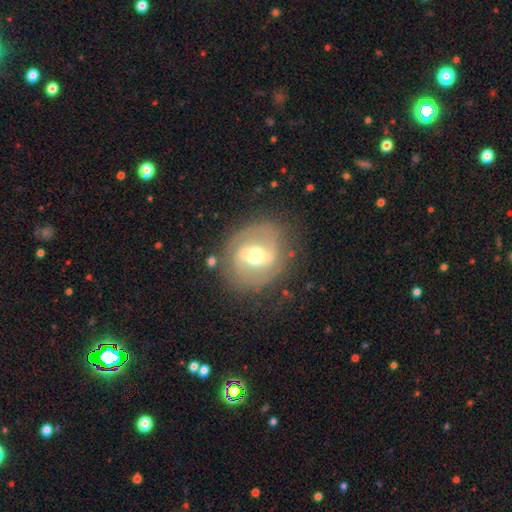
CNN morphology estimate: A featured or disk galaxy (75%) with a weak bar (44%), 2 (82%) medium (45%) spiral arms (80%) and a moderate central bulge (72%). Merging: none (77%).